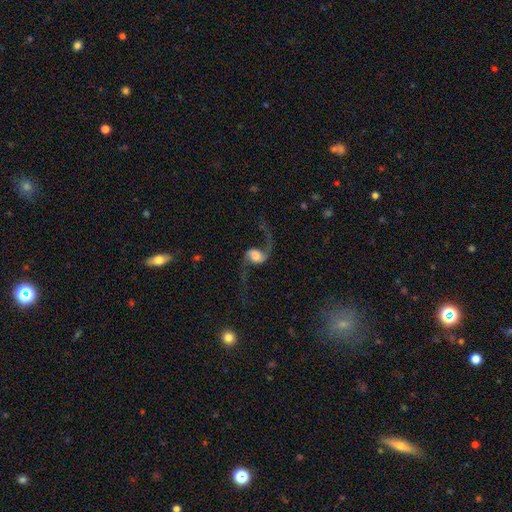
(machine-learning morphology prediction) featured or disk 87%, smooth 8%, star or artifact 5%. Down the decision tree: edge-on disk — no (97%); bar — no (47%); spiral arms — yes (96%); spiral arm count — 2 (93%); spiral winding — loose (91%); bulge size — moderate (50%); merging — none (69%).